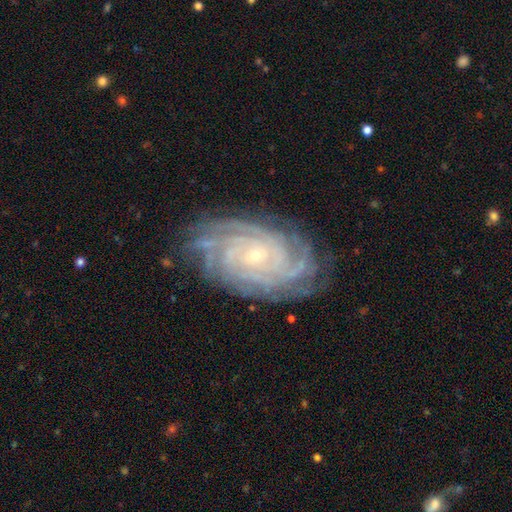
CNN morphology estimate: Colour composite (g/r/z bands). It shows a featured or disk galaxy (89%) with no bar (70%), more than 4 (32%) tight (84%) spiral arms (98%) and a small central bulge (80%). Merging: none (82%).